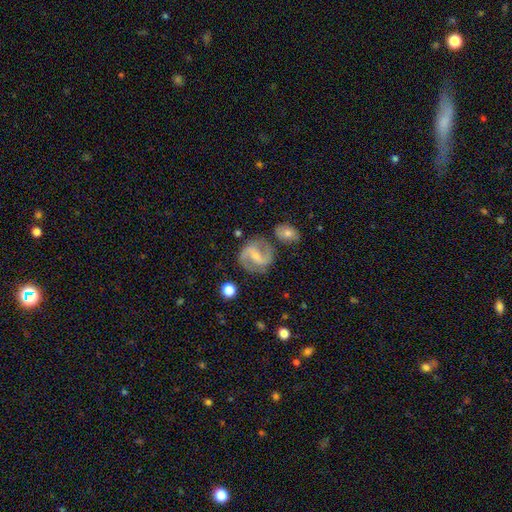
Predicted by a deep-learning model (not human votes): Smooth or featured: featured or disk — 83% (smooth — 11%)
Edge-on disk: no — 97% (yes — 3%)
Bar: strong — 45% (weak — 40%)
Spiral arms: yes — 94% (no — 6%)
Spiral winding: medium — 53% (loose — 29%)
Spiral arm count: 2 — 92% (can't tell — 3%)
Bulge size: small — 57% (moderate — 28%)
Merging: none — 78% (minor disturbance — 13%)